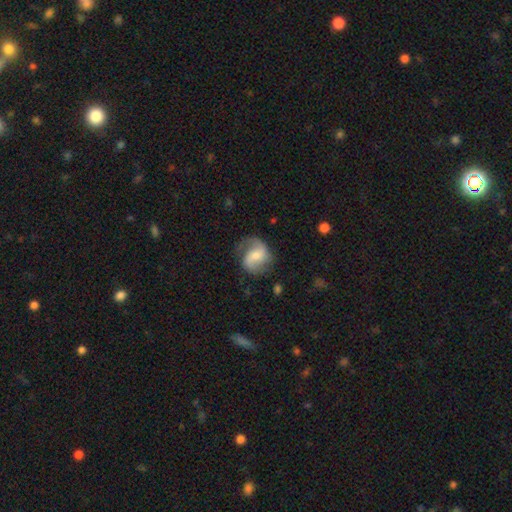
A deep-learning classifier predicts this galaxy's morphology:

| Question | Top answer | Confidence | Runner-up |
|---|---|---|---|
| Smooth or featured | featured or disk | 72% | smooth (22%) |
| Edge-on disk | no | 98% | yes (2%) |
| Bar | weak | 46% | no (38%) |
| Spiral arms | yes | 94% | no (6%) |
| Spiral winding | medium | 43% | loose (42%) |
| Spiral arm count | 2 | 84% | 1 (7%) |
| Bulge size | moderate | 45% | small (40%) |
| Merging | none | 68% | minor disturbance (19%) |